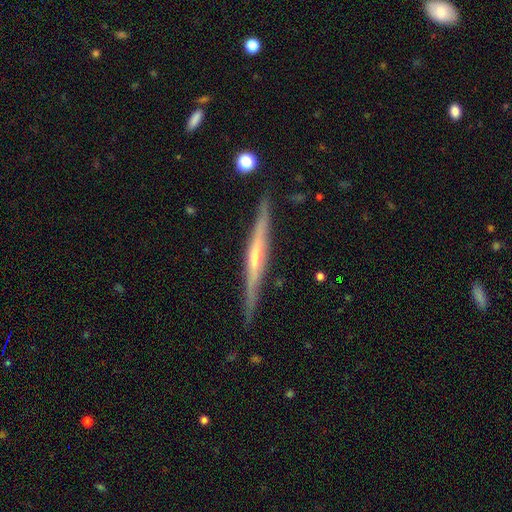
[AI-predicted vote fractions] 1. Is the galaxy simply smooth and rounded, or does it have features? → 75% featured or disk, 19% smooth, 6% star or artifact.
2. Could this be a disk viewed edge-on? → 97% yes, 3% no.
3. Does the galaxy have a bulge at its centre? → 48% rounded, 40% none, 12% boxy.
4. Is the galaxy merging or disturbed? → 88% none, 9% minor disturbance, 2% major disturbance, 2% merger.